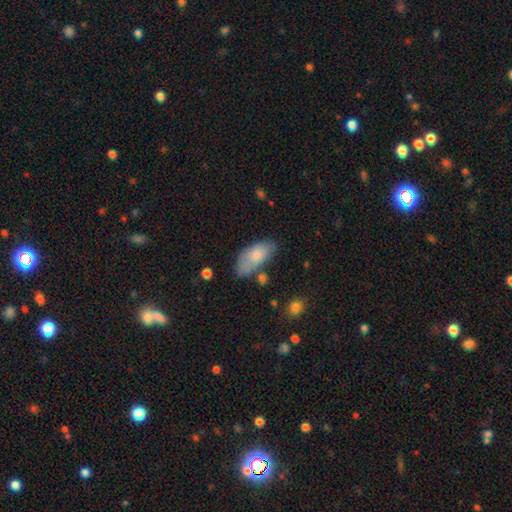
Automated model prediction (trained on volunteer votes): A smooth galaxy with no disk features (74%) that is in between round and cigar-shaped (91%). Merging: none (57%).